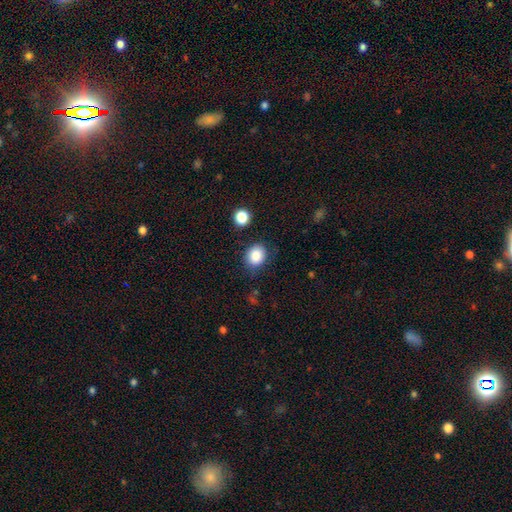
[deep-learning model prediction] A smooth galaxy with no disk features (85%) that is round (58%).

Vote fractions:
- Smooth or featured? smooth: 85% / star or artifact: 9% / featured or disk: 5%
- How rounded? round: 58% / in between: 41% / cigar-shaped: 1%
- Merging? none: 80% / minor disturbance: 13% / major disturbance: 4% / merger: 3%